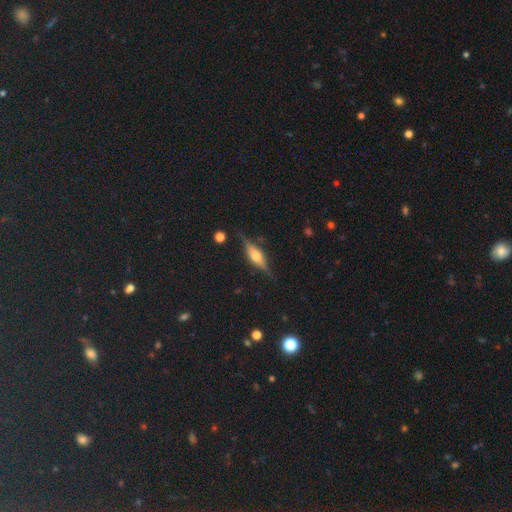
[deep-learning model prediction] Smooth or featured? Predicted: featured or disk (p=0.63). Edge-on disk? Predicted: yes (p=0.94). Edge-on bulge? Predicted: rounded (p=0.81). Merging? Predicted: none (p=0.82).